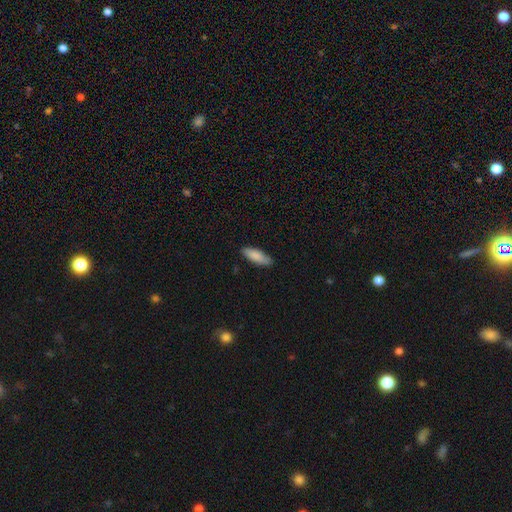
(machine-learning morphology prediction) A smooth galaxy with no disk features (86%) that is in between round and cigar-shaped (63%).

Vote fractions:
- Smooth or featured? smooth: 86% / featured or disk: 8% / star or artifact: 6%
- How rounded? in between: 63% / cigar-shaped: 36% / round: 2%
- Merging? none: 83% / minor disturbance: 14% / major disturbance: 2% / merger: 1%